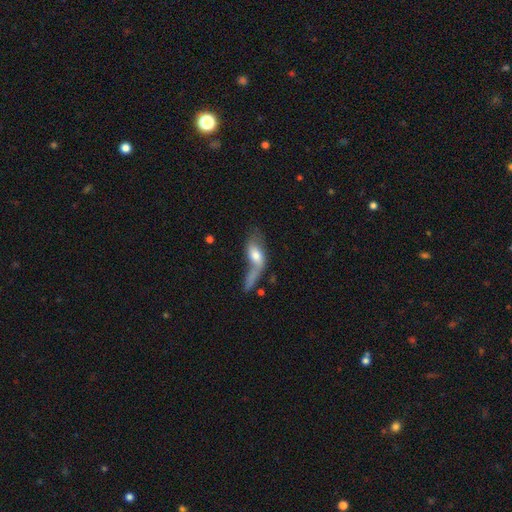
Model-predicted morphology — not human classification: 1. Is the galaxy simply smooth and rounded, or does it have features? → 58% smooth, 35% featured or disk, 7% star or artifact.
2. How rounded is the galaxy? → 80% in between, 14% cigar-shaped, 6% round.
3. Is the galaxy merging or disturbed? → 42% merger, 24% major disturbance, 21% none, 14% minor disturbance.